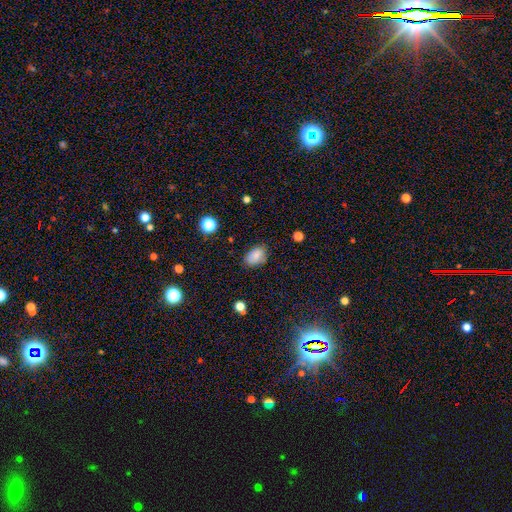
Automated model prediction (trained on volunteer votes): Smooth or featured? Predicted: smooth (p=0.84). How rounded? Predicted: in between (p=0.87). Merging? Predicted: none (p=0.78).